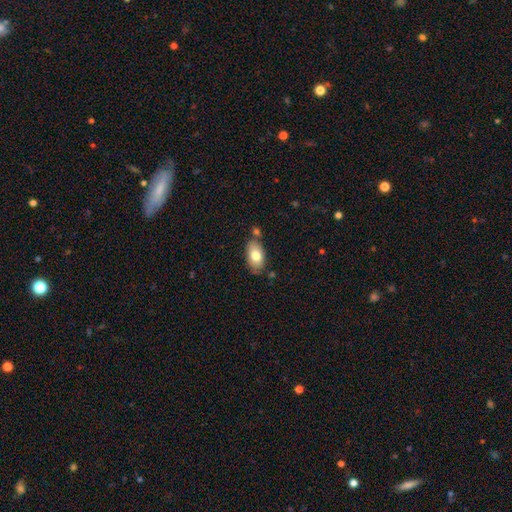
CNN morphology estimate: The model was most divided on "merging": none: 72%, minor disturbance: 16%, merger: 9%, major disturbance: 3%. More confident: how rounded — in between (92%); smooth or featured — smooth (77%).